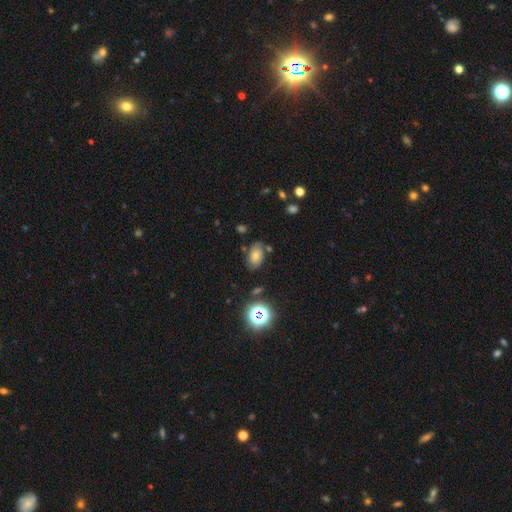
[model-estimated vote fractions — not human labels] smooth-or-featured: smooth: 51% | featured or disk: 31% | star or artifact: 19%
  how-rounded: in between: 87% | round: 11% | cigar-shaped: 2%
  merging: none: 72% | minor disturbance: 17% | major disturbance: 5% | merger: 5%